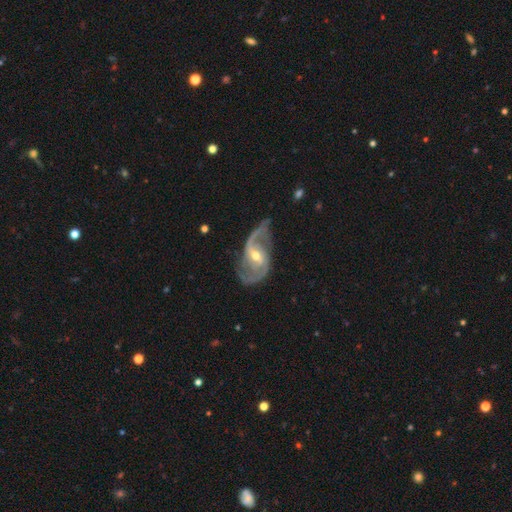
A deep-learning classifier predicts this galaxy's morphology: type=featured or disk (90%); edge-on=no (97%); bar=weak (49%); spiral arms=yes (97%); winding=medium (46%); arm count=2 (86%); bulge=moderate (56%); merging=none (64%).